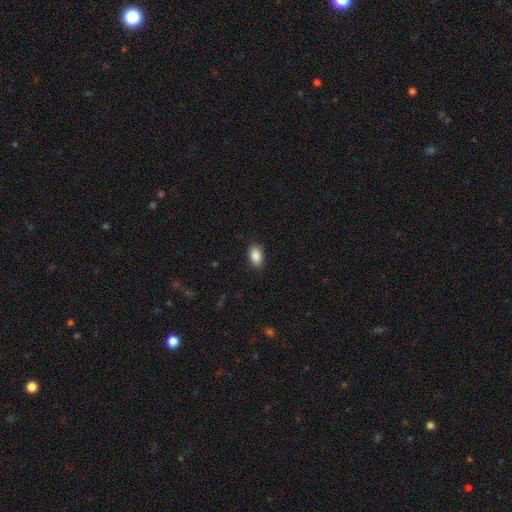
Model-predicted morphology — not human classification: Smooth or featured? Predicted: smooth (p=0.89). How rounded? Predicted: in between (p=0.91). Merging? Predicted: none (p=0.86).